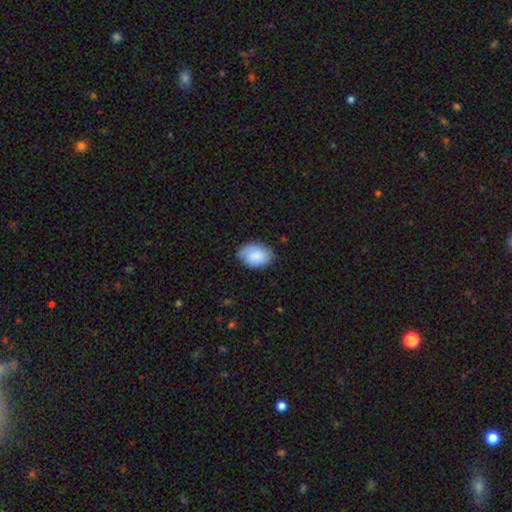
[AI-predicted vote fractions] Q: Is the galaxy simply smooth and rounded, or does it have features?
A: smooth — 82%.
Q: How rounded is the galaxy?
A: in between — 85%.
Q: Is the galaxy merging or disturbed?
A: none — 75%.